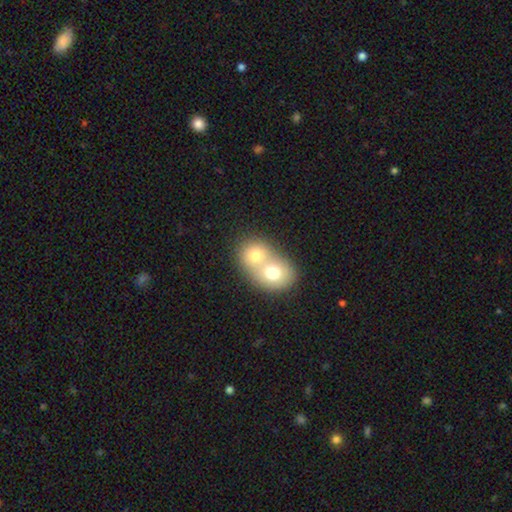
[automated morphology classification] Overall: smooth (68%). How rounded: round (65%; in between 34%). Merging: merger (73%).